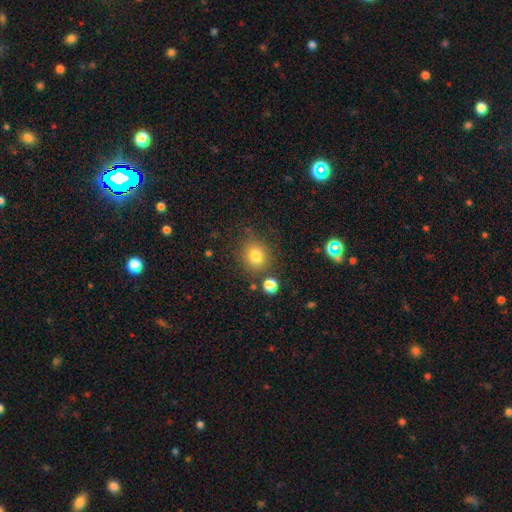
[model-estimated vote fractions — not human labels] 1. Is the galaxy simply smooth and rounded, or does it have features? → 78% smooth, 13% star or artifact, 8% featured or disk.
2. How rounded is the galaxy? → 82% round, 17% in between, 1% cigar-shaped.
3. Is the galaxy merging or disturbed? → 76% none, 12% minor disturbance, 7% merger, 5% major disturbance.